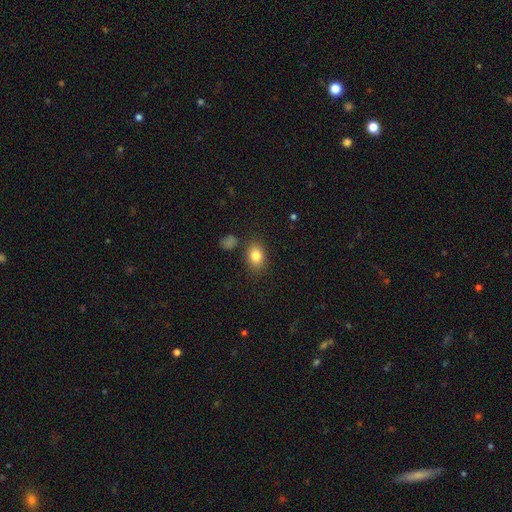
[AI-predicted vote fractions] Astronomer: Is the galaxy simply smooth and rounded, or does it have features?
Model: smooth — 82%.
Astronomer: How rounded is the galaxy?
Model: in between — 69%.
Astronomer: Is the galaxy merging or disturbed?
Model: none — 82%.